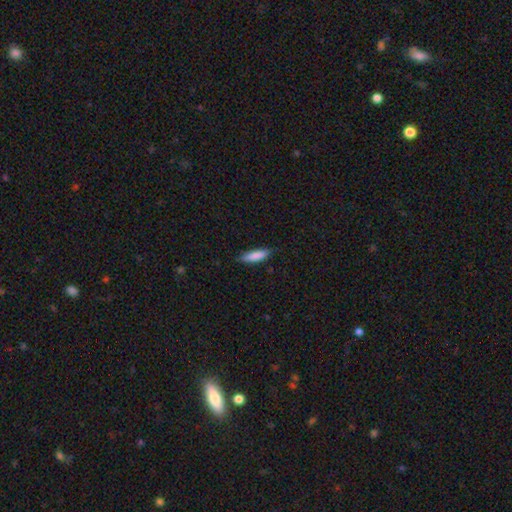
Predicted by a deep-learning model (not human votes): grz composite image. It shows a smooth galaxy with no disk features (84%) that is cigar-shaped (68%). Merging: none (83%).